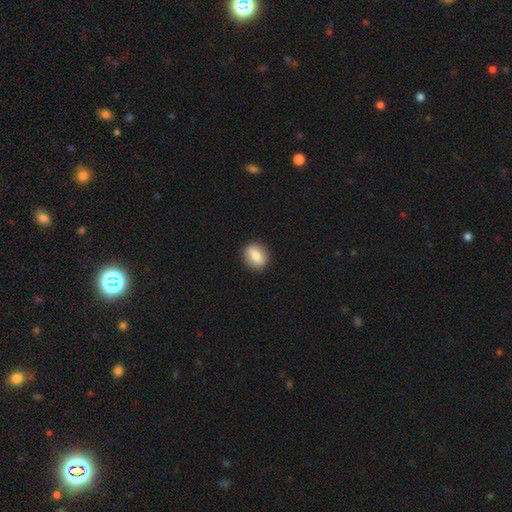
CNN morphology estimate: Smooth or featured: smooth — 75% (featured or disk — 18%)
How rounded: round — 55% (in between — 43%)
Merging: none — 90% (minor disturbance — 7%)